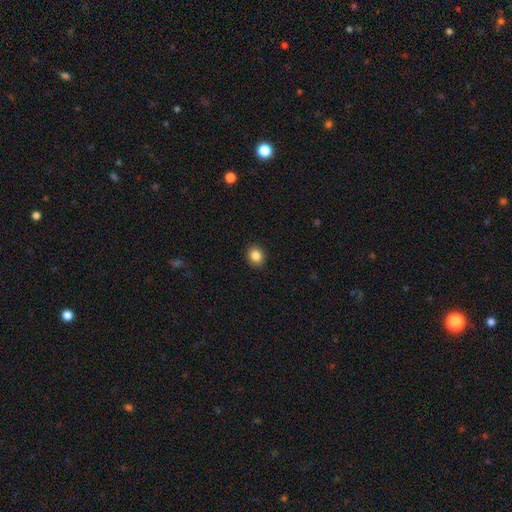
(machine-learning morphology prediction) A smooth galaxy with no disk features (85%) that is round (70%). Merging: none (91%).